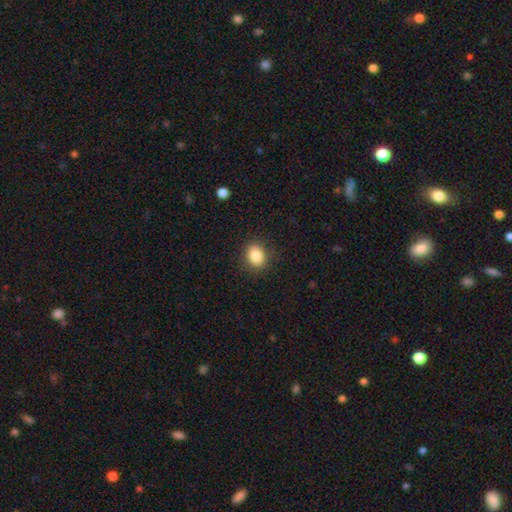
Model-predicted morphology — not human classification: This appears to be a smooth galaxy with no disk features (86%) that is in between round and cigar-shaped (54%). Merging: none (87%).